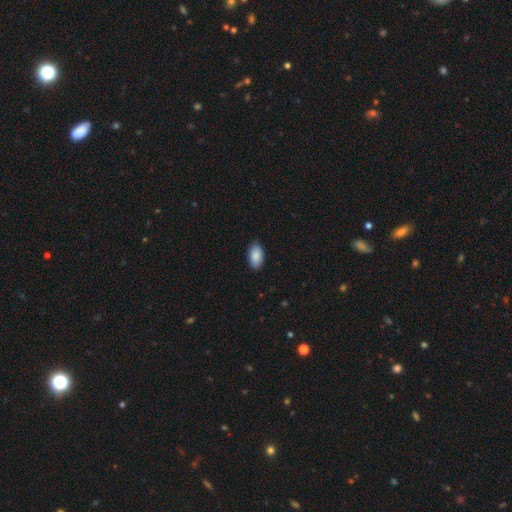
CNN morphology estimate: Smooth or featured?
  - smooth: 89% *
  - star or artifact: 6%
  - featured or disk: 4%
How rounded?
  - in between: 95% *
  - round: 3%
  - cigar-shaped: 2%
Merging?
  - none: 88% *
  - minor disturbance: 9%
  - major disturbance: 2%
  - merger: 1%